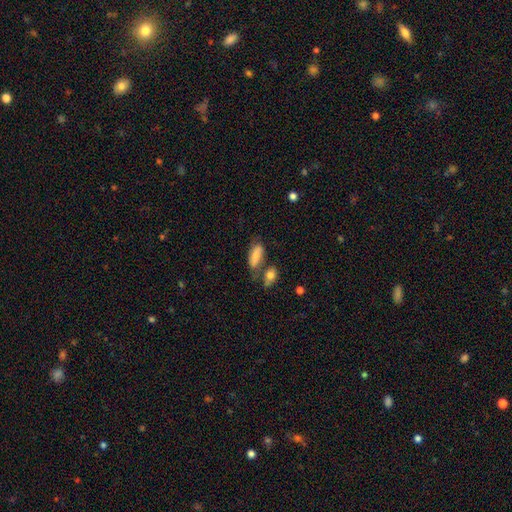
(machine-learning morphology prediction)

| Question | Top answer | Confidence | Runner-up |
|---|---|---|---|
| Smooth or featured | smooth | 77% | featured or disk (16%) |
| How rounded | in between | 75% | cigar-shaped (22%) |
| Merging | none | 49% | minor disturbance (21%) |